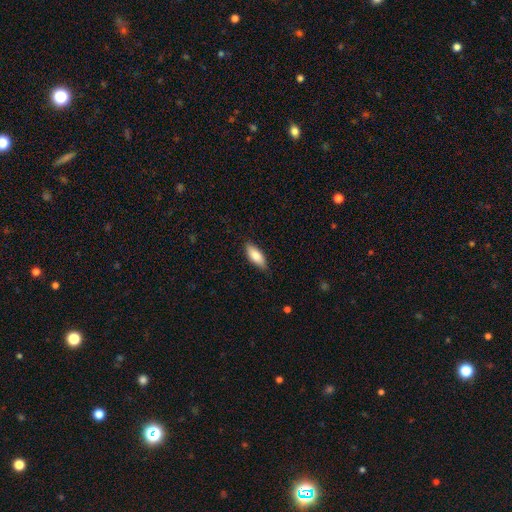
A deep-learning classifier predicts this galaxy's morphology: Smooth or featured?
  - smooth: 82% *
  - featured or disk: 12%
  - star or artifact: 6%
How rounded?
  - in between: 75% *
  - cigar-shaped: 23%
  - round: 2%
Merging?
  - none: 83% *
  - minor disturbance: 14%
  - major disturbance: 2%
  - merger: 1%